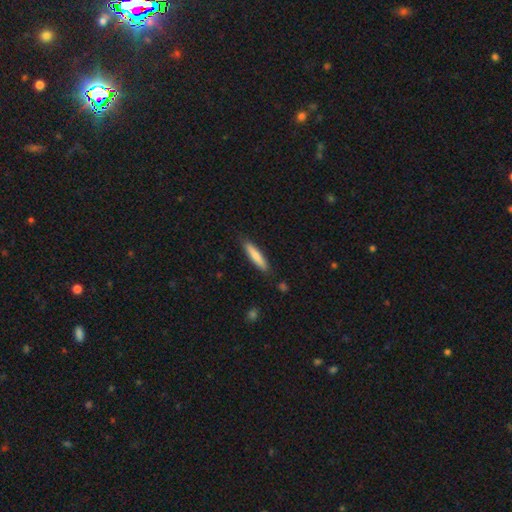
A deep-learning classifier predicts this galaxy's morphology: Smooth or featured?
  - smooth: 77% *
  - featured or disk: 17%
  - star or artifact: 5%
How rounded?
  - cigar-shaped: 86% *
  - in between: 13%
  - round: 1%
Merging?
  - none: 86% *
  - minor disturbance: 10%
  - major disturbance: 2%
  - merger: 2%